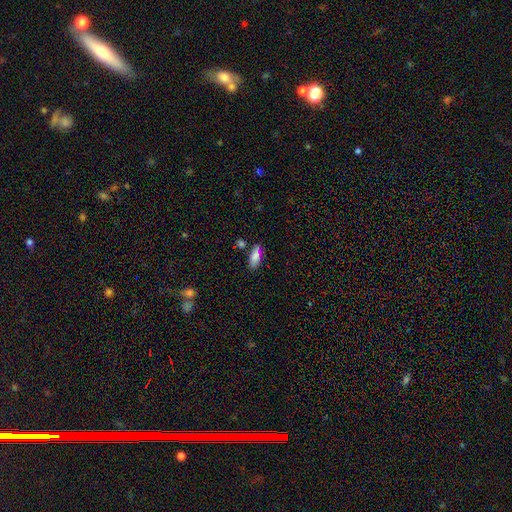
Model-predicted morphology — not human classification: smooth-or-featured: smooth: 84% | featured or disk: 8% | star or artifact: 8%
  how-rounded: in between: 76% | cigar-shaped: 21% | round: 2%
  merging: none: 70% | minor disturbance: 18% | merger: 8% | major disturbance: 4%